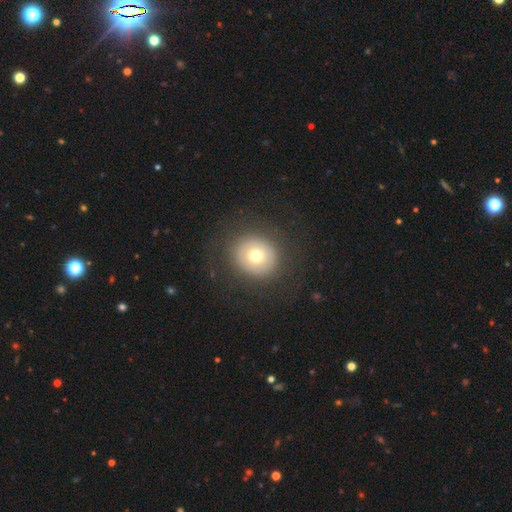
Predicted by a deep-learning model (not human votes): Morphology: type=smooth (62%); roundness=round (85%); merging=none (84%).